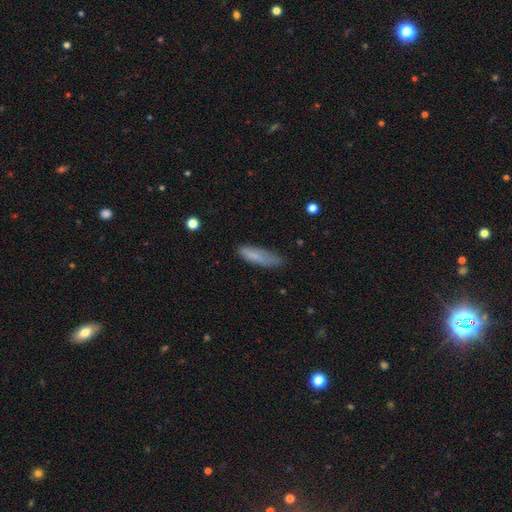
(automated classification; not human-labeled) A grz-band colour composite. It shows a smooth galaxy with no disk features (80%) that is cigar-shaped (58%). Merging: none (63%).